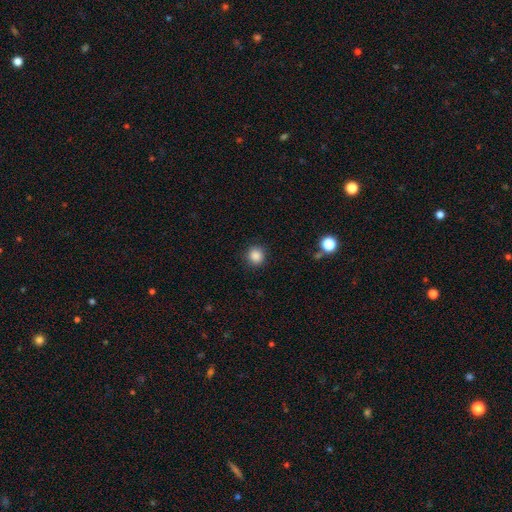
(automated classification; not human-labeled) The model was most divided on "smooth or featured": smooth: 87%, star or artifact: 10%, featured or disk: 3%. More confident: merging — none (89%); how rounded — round (89%).